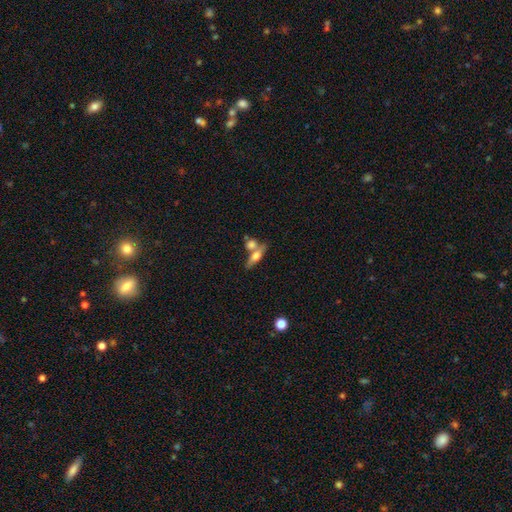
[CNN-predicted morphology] Overall: smooth (53%; featured or disk 39%). How rounded: in between (53%; cigar-shaped 39%). Merging: none (45%; merger 41%).